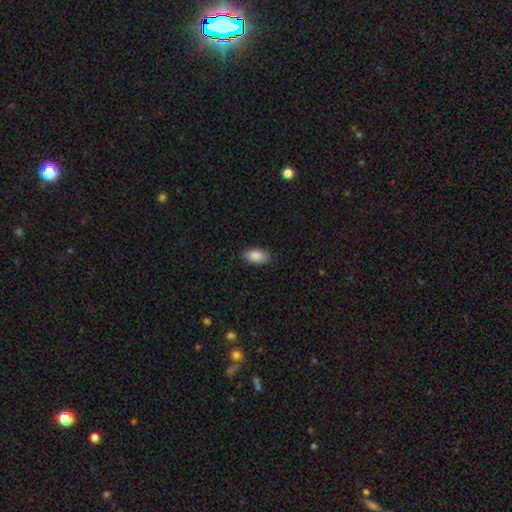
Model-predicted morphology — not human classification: type=smooth (89%); roundness=in between (94%); merging=none (87%).